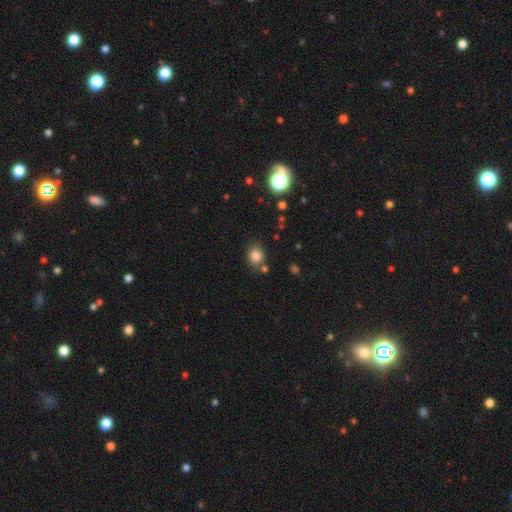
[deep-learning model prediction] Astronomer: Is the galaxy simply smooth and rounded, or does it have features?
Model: smooth — 83%.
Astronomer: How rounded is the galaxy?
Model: round — 67%.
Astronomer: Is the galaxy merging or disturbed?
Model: none — 74%.